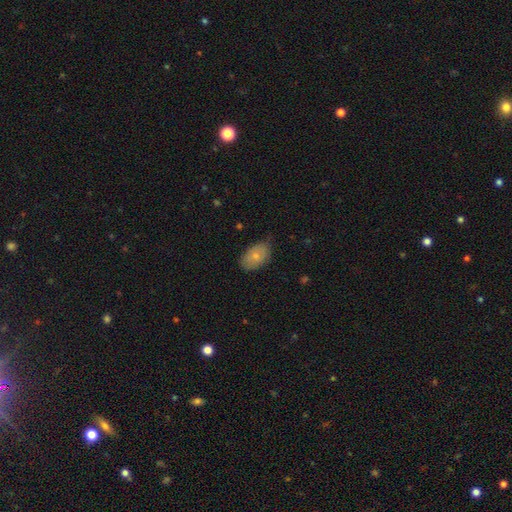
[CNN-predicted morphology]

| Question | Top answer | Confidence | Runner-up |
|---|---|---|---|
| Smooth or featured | smooth | 77% | featured or disk (16%) |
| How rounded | in between | 91% | round (8%) |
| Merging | none | 71% | minor disturbance (24%) |